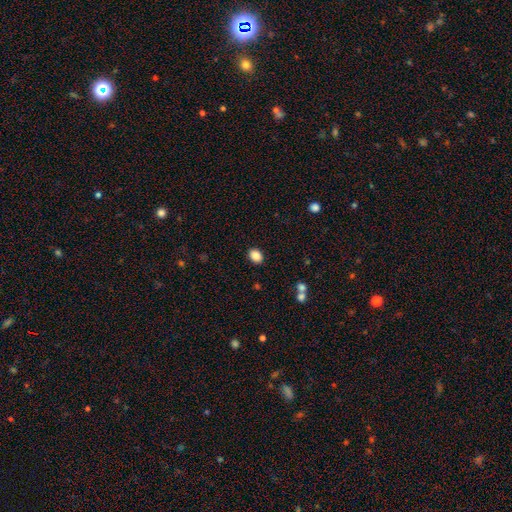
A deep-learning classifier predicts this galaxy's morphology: smooth_or_featured: smooth (p=0.88) [alt: star or artifact p=0.09]
how_rounded: in between (p=0.66) [alt: round p=0.33]
merging: none (p=0.89) [alt: minor disturbance p=0.07]